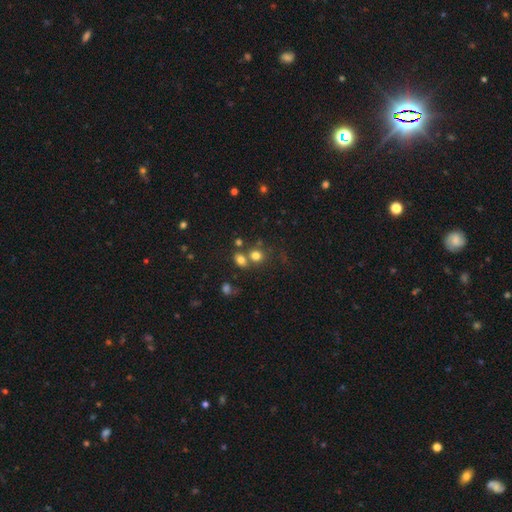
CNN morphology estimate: type=smooth (74%); roundness=round (76%); merging=none (51%).